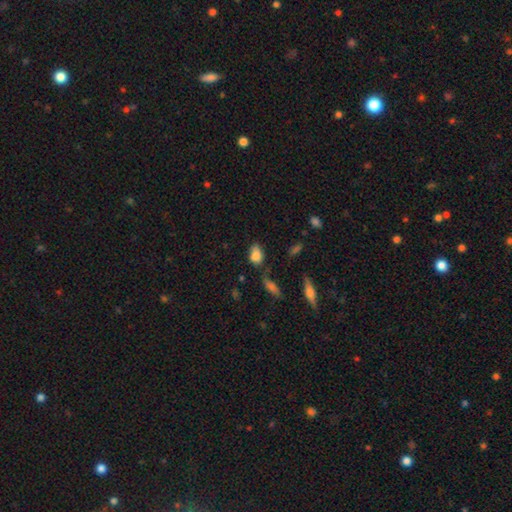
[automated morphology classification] This is clearly a smooth galaxy (81%). How rounded: clearly in between (83%). Merging: possibly none (52%).